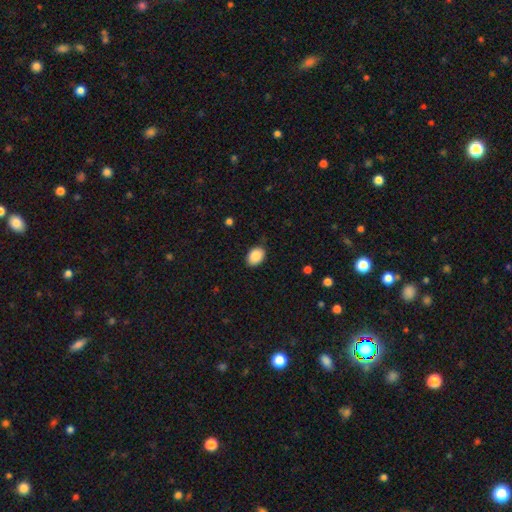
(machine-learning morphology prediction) smooth 89%, star or artifact 7%, featured or disk 4%. Down the decision tree: how rounded — in between (81%); merging — none (81%).